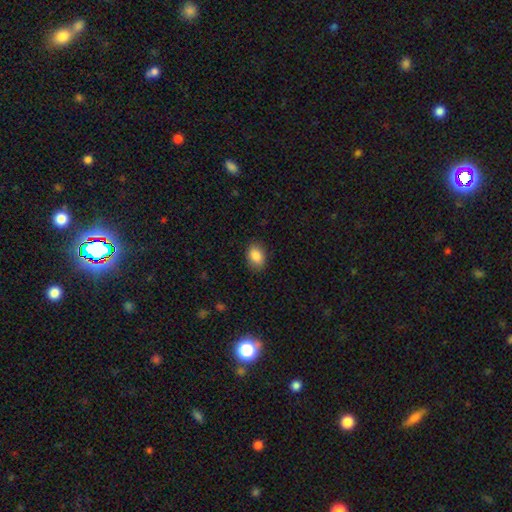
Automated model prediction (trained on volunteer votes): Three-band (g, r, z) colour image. It shows a smooth galaxy with no disk features (86%) that is in between round and cigar-shaped (79%). Merging: none (86%).